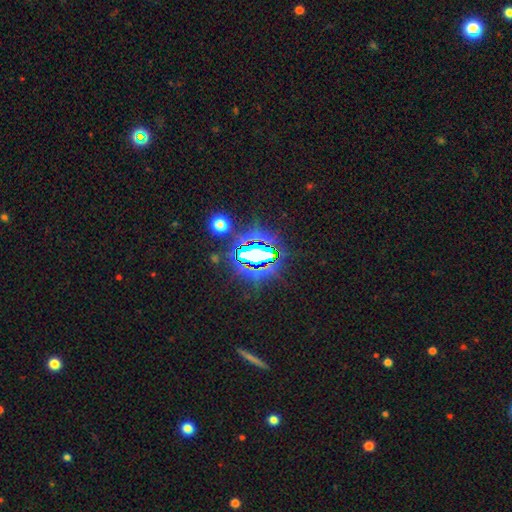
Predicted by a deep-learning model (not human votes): Smooth or featured? Predicted: star or artifact (p=0.73).